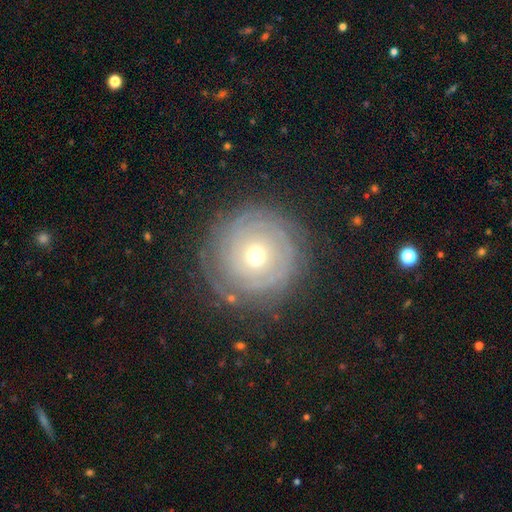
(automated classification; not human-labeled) smooth-or-featured: featured or disk: 71% | smooth: 20% | star or artifact: 9%
  disk-edge-on: no: 96% | yes: 4%
    bar: no: 83% | weak: 13% | strong: 4%
    has-spiral-arms: yes: 84% | no: 16%
      spiral-winding: tight: 86% | medium: 10% | loose: 4%
      spiral-arm-count: can't tell: 47% | 2: 14% | 3: 13% | more than 4: 10% | 4: 10% | 1: 6%
    bulge-size: moderate: 60% | small: 35% | large: 4% | dominant: 1% | none: 1%
  merging: none: 82% | minor disturbance: 12% | major disturbance: 5% | merger: 1%